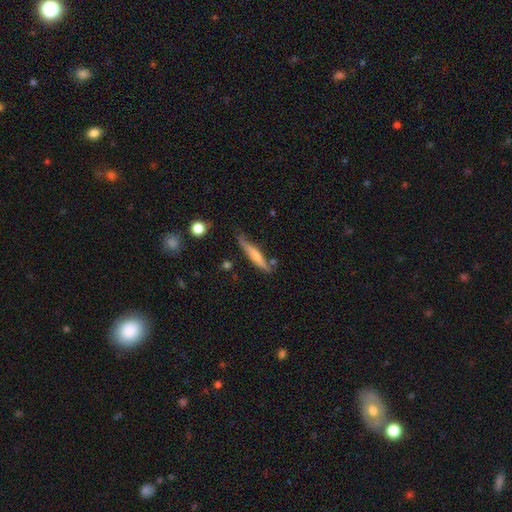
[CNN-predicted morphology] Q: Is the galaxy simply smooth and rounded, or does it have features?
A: smooth — 57%.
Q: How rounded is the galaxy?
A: cigar-shaped — 89%.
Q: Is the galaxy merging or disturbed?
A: none — 67%.